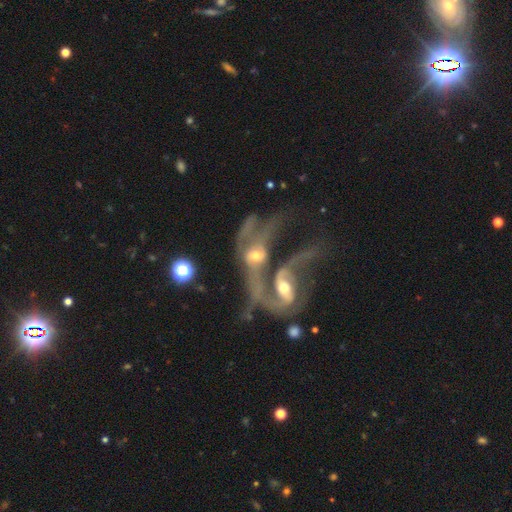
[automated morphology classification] type=featured or disk (78%); edge-on=no (93%); bar=no (49%); spiral arms=yes (79%); winding=loose (51%); arm count=2 (55%); bulge=moderate (61%); merging=merger (79%).